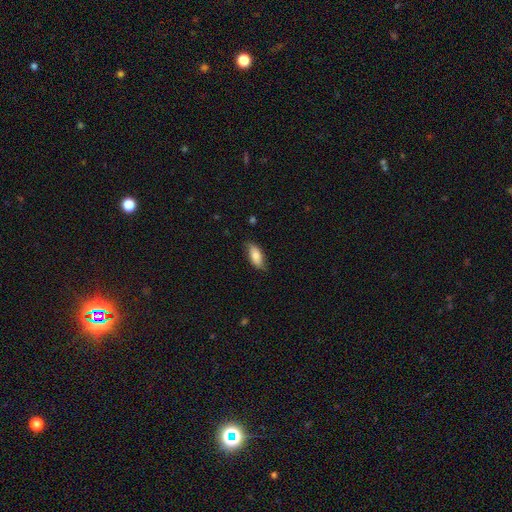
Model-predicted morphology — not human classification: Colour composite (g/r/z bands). It shows a smooth galaxy with no disk features (80%) that is in between round and cigar-shaped (85%). Merging: none (73%).